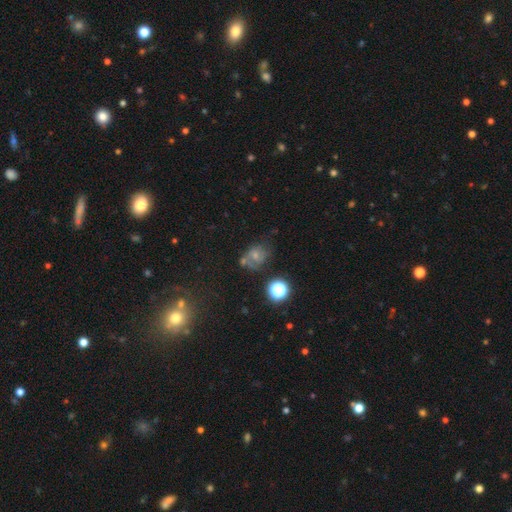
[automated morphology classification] This appears to be a smooth galaxy with no disk features (40%). Merging: none (44%).